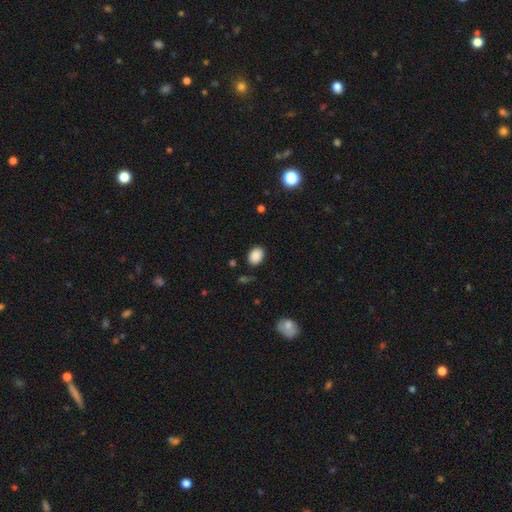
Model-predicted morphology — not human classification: smooth 88%, star or artifact 9%, featured or disk 3%. Down the decision tree: how rounded — in between (67%); merging — none (85%).